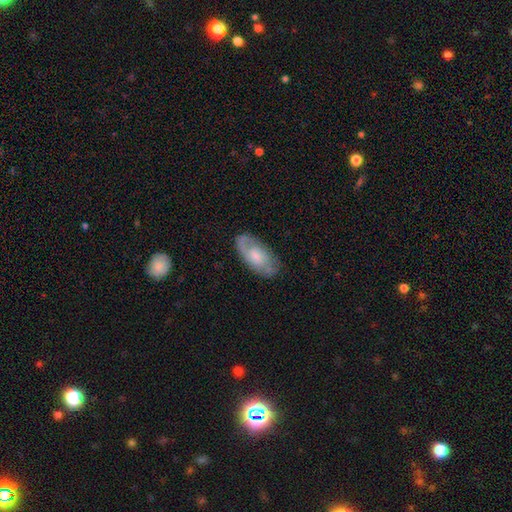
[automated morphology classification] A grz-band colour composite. It shows a featured or disk galaxy (56%) with no bar (66%), spiral arms (80%) and a moderate central bulge (44%). Merging: none (74%).